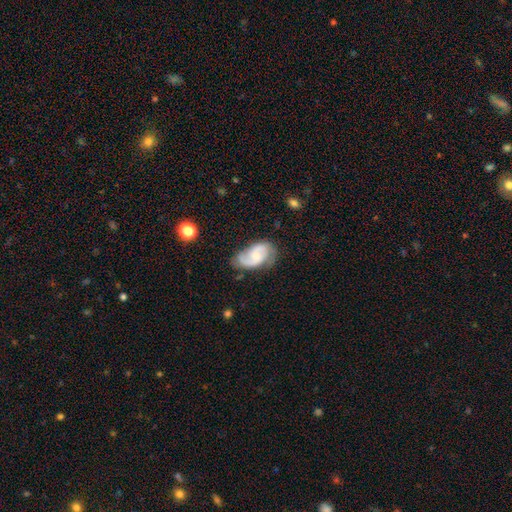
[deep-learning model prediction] A featured or disk galaxy (76%) with no bar (52%), 2 (84%) medium (49%) spiral arms (95%) and a small central bulge (54%). Merging: none (65%).